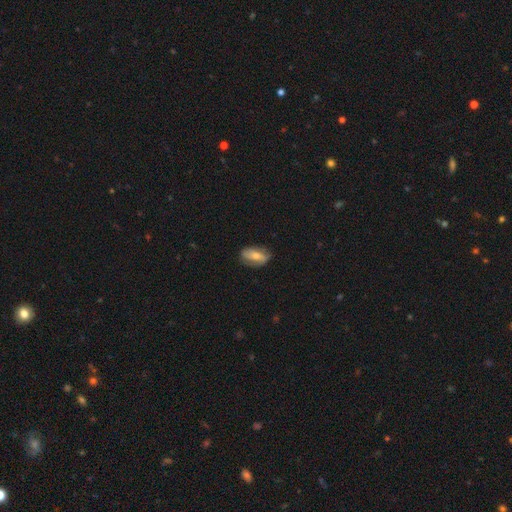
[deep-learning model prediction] smooth 54%, featured or disk 39%, star or artifact 7%. Down the decision tree: how rounded — in between (86%); merging — none (71%).